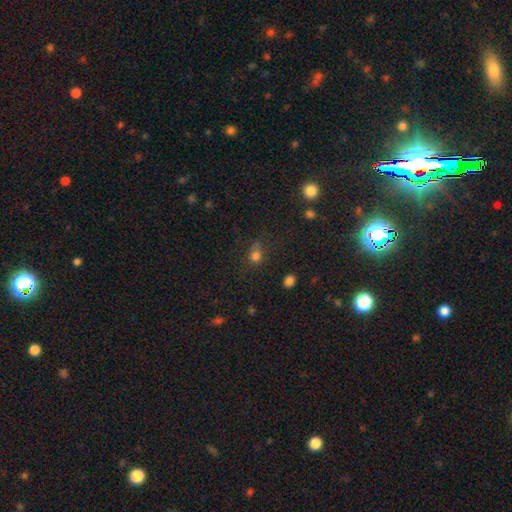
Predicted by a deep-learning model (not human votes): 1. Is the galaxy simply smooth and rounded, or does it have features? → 75% smooth, 18% star or artifact, 7% featured or disk.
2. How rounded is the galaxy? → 70% round, 28% in between, 2% cigar-shaped.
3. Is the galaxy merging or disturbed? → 61% none, 22% minor disturbance, 11% major disturbance, 6% merger.